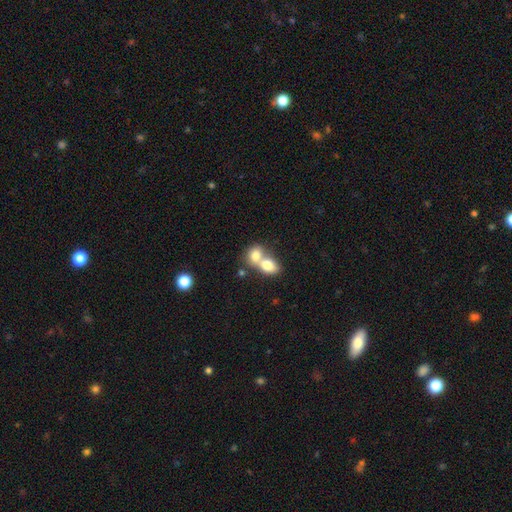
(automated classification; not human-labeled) Q: Smooth or featured?
A: smooth (76%); runner-up: featured or disk (16%)
Q: How rounded?
A: in between (61%); runner-up: round (38%)
Q: Merging?
A: merger (74%); runner-up: none (18%)